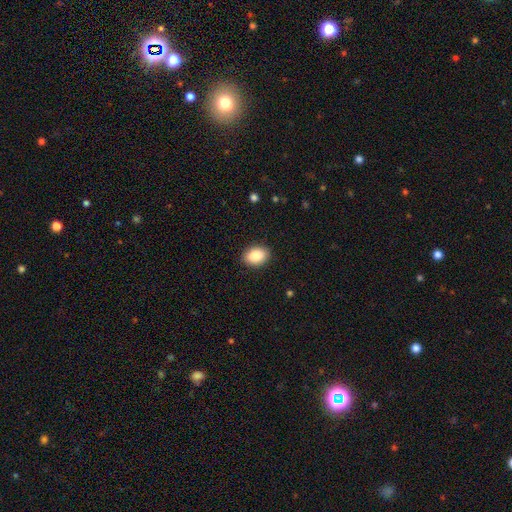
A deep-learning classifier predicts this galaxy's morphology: type=smooth (87%); roundness=in between (79%); merging=none (89%).